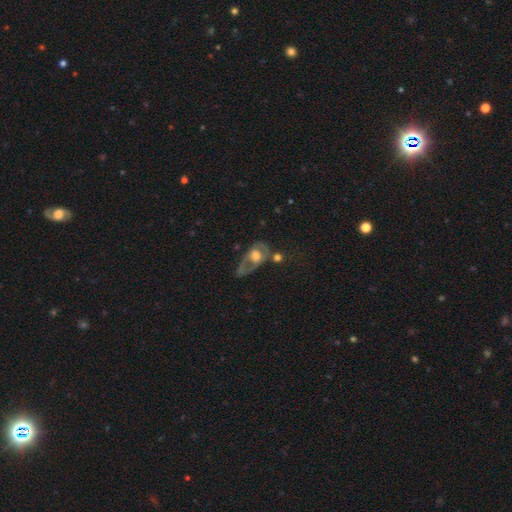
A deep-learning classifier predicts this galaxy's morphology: Smooth or featured? Predicted: featured or disk (p=0.54). Edge-on disk? Predicted: no (p=0.87). Merging? Predicted: major disturbance (p=0.32).